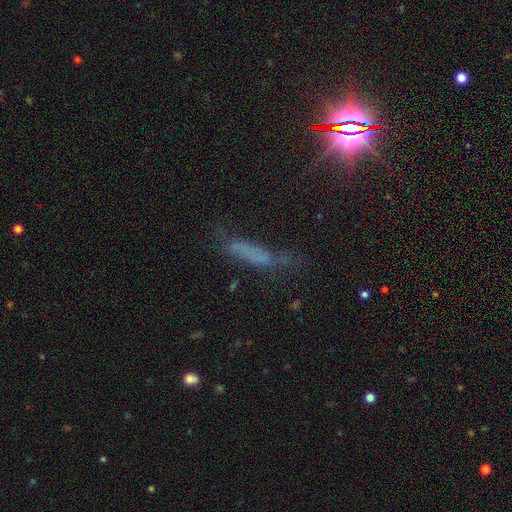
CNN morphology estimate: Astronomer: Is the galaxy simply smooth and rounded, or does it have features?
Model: smooth — 45% (runner-up: star or artifact, 31%).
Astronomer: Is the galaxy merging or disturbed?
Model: none — 48% (runner-up: minor disturbance, 26%).